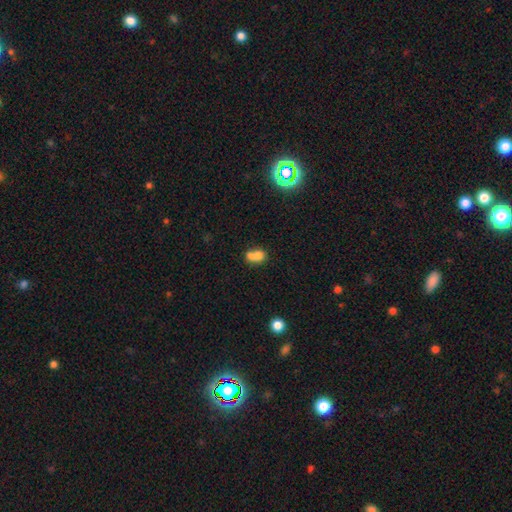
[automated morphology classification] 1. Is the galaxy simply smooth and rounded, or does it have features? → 71% smooth, 17% featured or disk, 12% star or artifact.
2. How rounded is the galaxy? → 52% round, 46% in between, 1% cigar-shaped.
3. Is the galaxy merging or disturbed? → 63% merger, 25% none, 8% minor disturbance, 4% major disturbance.